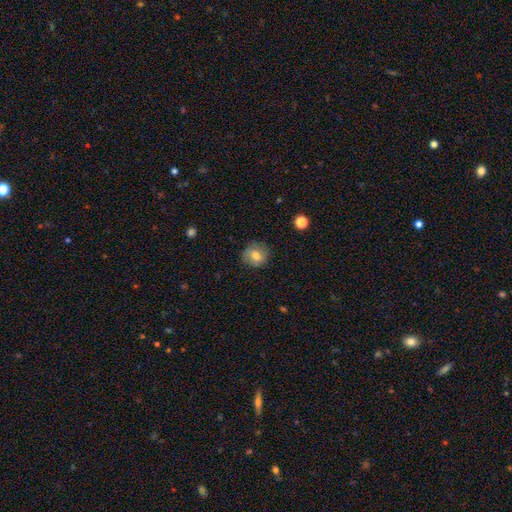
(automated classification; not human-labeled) smooth 76%, featured or disk 14%, star or artifact 10%. Down the decision tree: how rounded — round (84%); merging — none (83%).